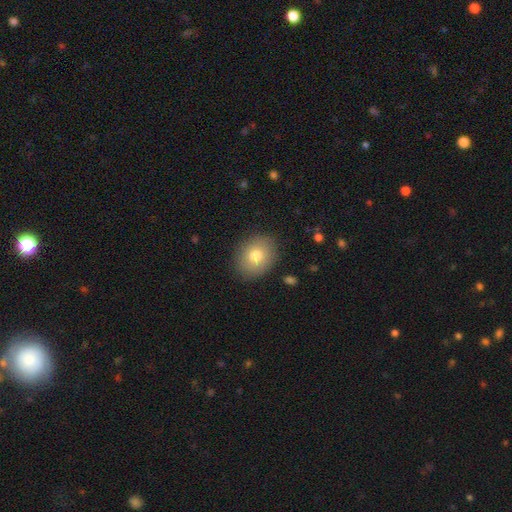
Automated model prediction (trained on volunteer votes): Overall: smooth (77%). How rounded: round (54%; in between 46%). Merging: none (87%).